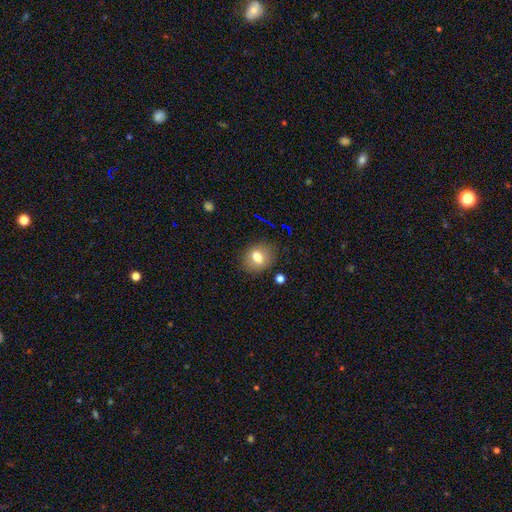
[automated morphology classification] Smooth or featured? smooth (70%)
How rounded? in between (49%, tied with round)
Merging? none (82%)